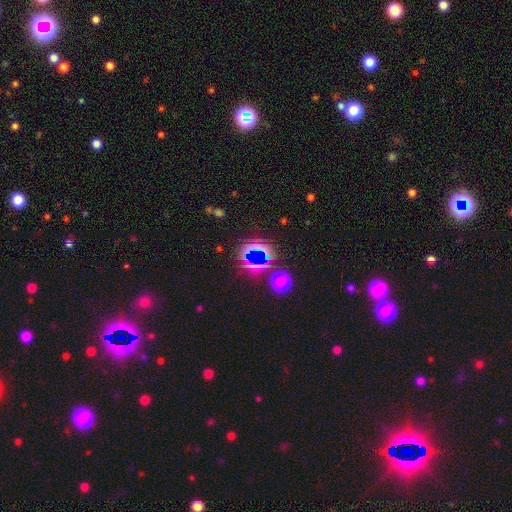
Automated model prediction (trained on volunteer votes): A star or artifact, not a galaxy (72%).